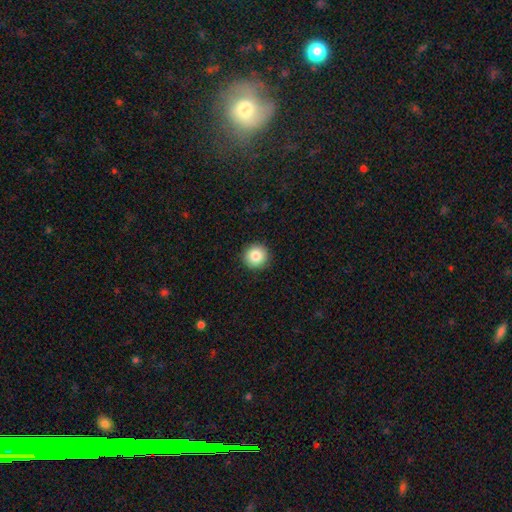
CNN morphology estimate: Q: Smooth or featured?
A: smooth (85%); runner-up: star or artifact (9%)
Q: How rounded?
A: round (95%); runner-up: in between (4%)
Q: Merging?
A: none (92%); runner-up: minor disturbance (5%)